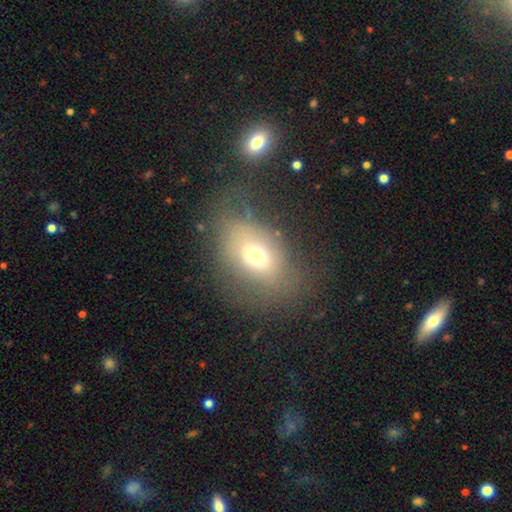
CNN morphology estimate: Smooth or featured: smooth — 64% (featured or disk — 21%)
How rounded: in between — 72% (round — 27%)
Merging: none — 54% (minor disturbance — 23%)